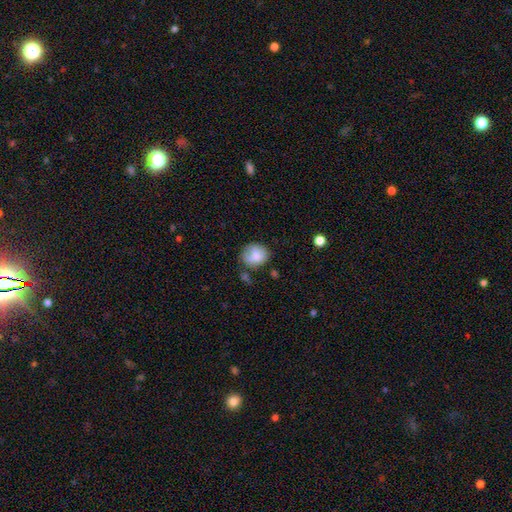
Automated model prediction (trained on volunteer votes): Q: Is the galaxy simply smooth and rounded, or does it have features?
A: smooth — 77%.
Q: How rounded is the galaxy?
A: round — 71%.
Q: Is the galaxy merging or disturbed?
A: none — 57%.